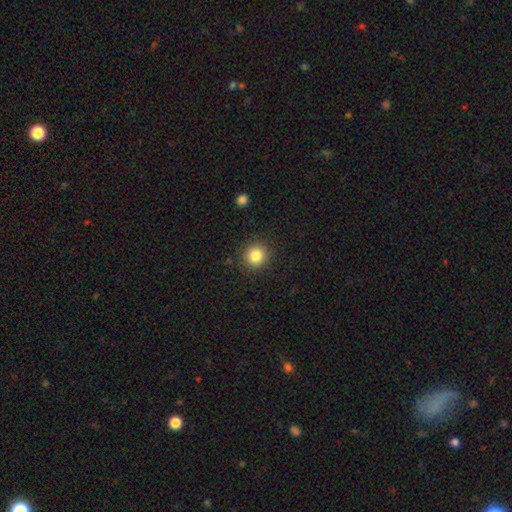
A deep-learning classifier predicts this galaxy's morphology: Q: Smooth or featured?
A: smooth (84%); runner-up: star or artifact (11%)
Q: How rounded?
A: round (92%); runner-up: in between (7%)
Q: Merging?
A: none (90%); runner-up: minor disturbance (6%)